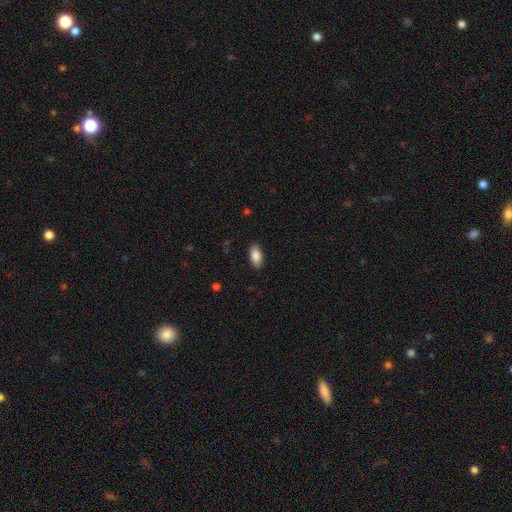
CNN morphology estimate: smooth 88%, star or artifact 7%, featured or disk 5%. Down the decision tree: how rounded — in between (93%); merging — none (88%).